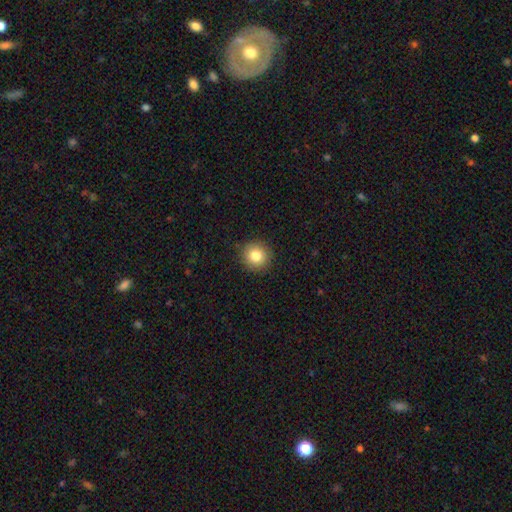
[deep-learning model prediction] Smooth or featured?
  - smooth: 82% *
  - star or artifact: 10%
  - featured or disk: 8%
How rounded?
  - round: 92% *
  - in between: 7%
  - cigar-shaped: 1%
Merging?
  - none: 91% *
  - minor disturbance: 6%
  - major disturbance: 2%
  - merger: 1%